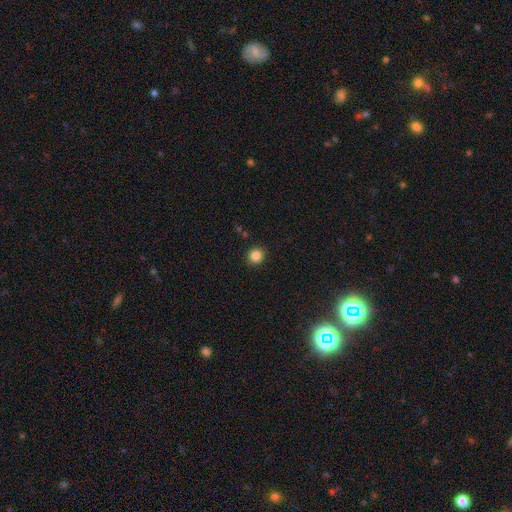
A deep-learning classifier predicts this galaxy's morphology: This is clearly a smooth galaxy (84%). How rounded: clearly round (85%). Merging: clearly none (91%).